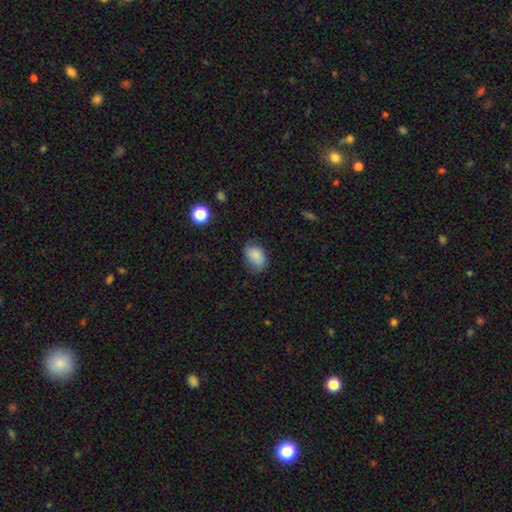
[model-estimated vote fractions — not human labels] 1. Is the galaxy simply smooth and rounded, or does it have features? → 83% smooth, 9% featured or disk, 8% star or artifact.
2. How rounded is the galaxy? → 81% in between, 17% round, 1% cigar-shaped.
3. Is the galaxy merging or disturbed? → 64% none, 28% minor disturbance, 7% major disturbance, 1% merger.